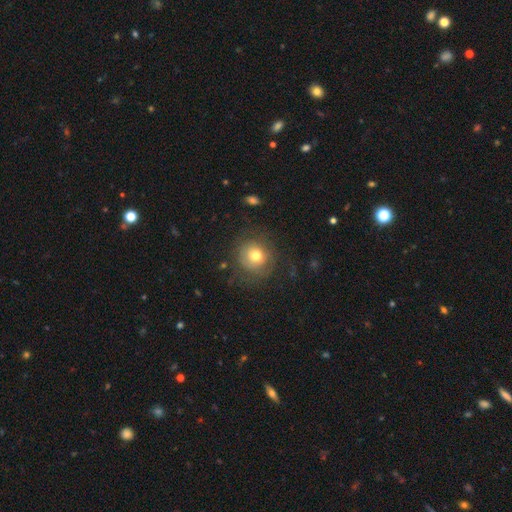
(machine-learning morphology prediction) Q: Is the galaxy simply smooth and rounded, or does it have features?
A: smooth — 62%.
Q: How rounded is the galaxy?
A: round — 89%.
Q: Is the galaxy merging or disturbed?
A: none — 70%.